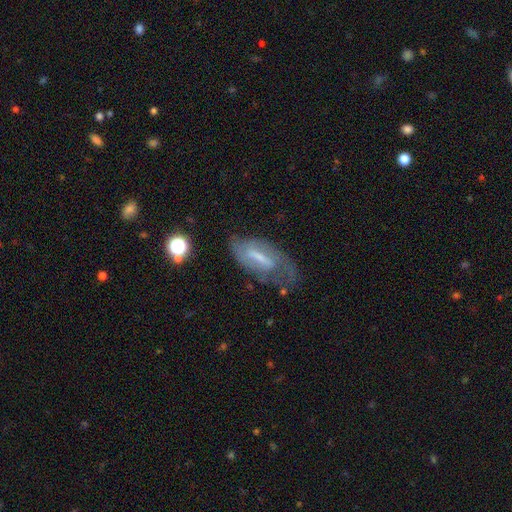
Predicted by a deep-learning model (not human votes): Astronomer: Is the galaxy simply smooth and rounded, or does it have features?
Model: featured or disk — 66%.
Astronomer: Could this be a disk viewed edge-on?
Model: no — 86%.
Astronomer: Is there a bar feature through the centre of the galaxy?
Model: strong — 44% (runner-up: weak, 41%).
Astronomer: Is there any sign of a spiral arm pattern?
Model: yes — 77%.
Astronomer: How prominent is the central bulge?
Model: small — 36% (runner-up: moderate, 32%).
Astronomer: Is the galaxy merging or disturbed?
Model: none — 58%.